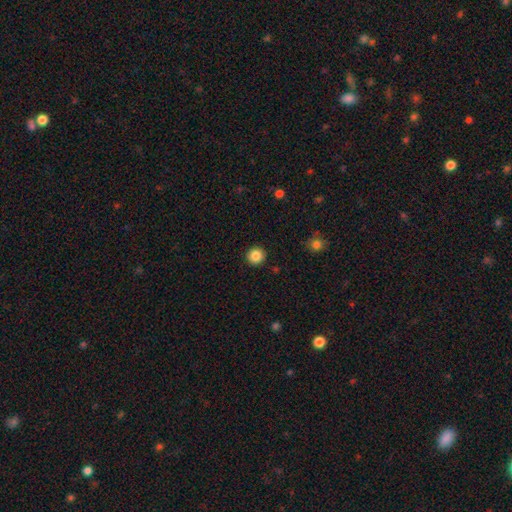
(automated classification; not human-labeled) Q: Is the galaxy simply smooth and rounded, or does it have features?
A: smooth — 85%.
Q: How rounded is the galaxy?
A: round — 94%.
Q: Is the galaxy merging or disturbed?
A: none — 93%.